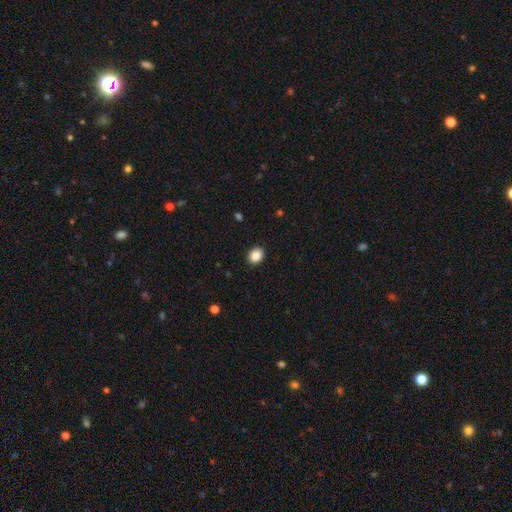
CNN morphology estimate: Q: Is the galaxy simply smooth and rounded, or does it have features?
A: smooth — 87%.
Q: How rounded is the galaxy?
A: round — 52%.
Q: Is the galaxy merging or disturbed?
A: none — 91%.